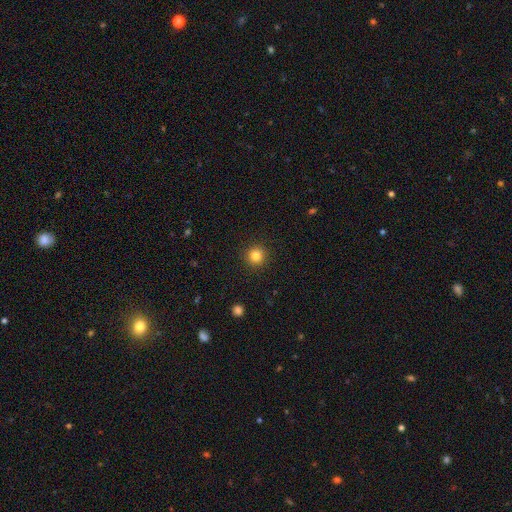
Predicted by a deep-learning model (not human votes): A smooth galaxy with no disk features (83%) that is round (94%).

Vote fractions:
- Smooth or featured? smooth: 83% / star or artifact: 12% / featured or disk: 5%
- How rounded? round: 94% / in between: 5% / cigar-shaped: 1%
- Merging? none: 92% / minor disturbance: 5% / major disturbance: 2% / merger: 1%